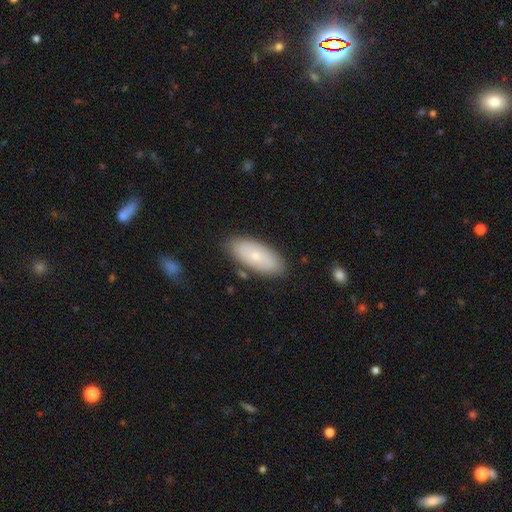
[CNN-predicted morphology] A smooth galaxy with no disk features (67%) that is in between round and cigar-shaped (89%).

Vote fractions:
- Smooth or featured? smooth: 67% / featured or disk: 27% / star or artifact: 6%
- How rounded? in between: 89% / cigar-shaped: 9% / round: 2%
- Merging? none: 83% / minor disturbance: 13% / major disturbance: 3% / merger: 2%